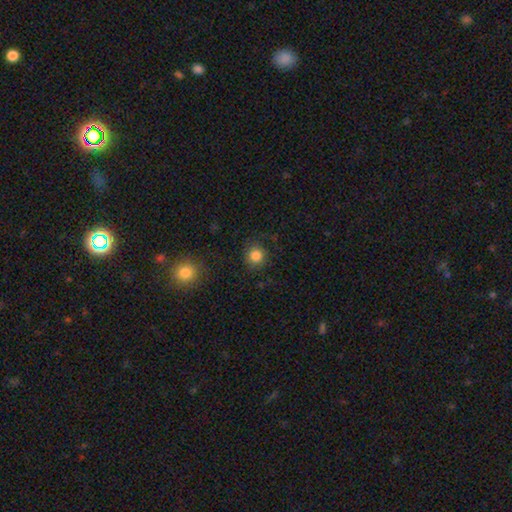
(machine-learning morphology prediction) Smooth or featured?
  - smooth: 84% *
  - star or artifact: 11%
  - featured or disk: 5%
How rounded?
  - round: 91% *
  - in between: 8%
  - cigar-shaped: 1%
Merging?
  - none: 84% *
  - minor disturbance: 10%
  - major disturbance: 4%
  - merger: 2%